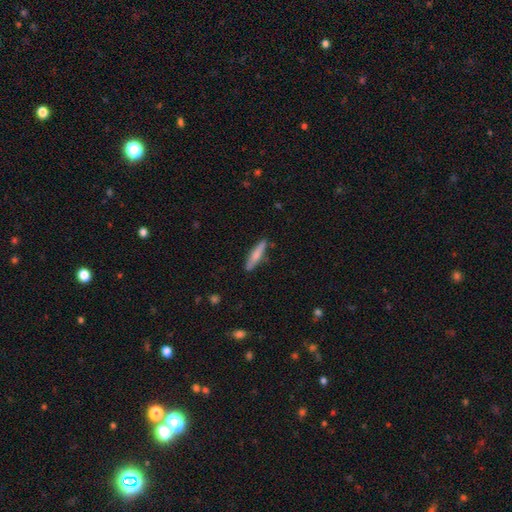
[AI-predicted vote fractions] smooth 63%, featured or disk 31%, star or artifact 6%. Down the decision tree: how rounded — cigar-shaped (86%); merging — none (85%).